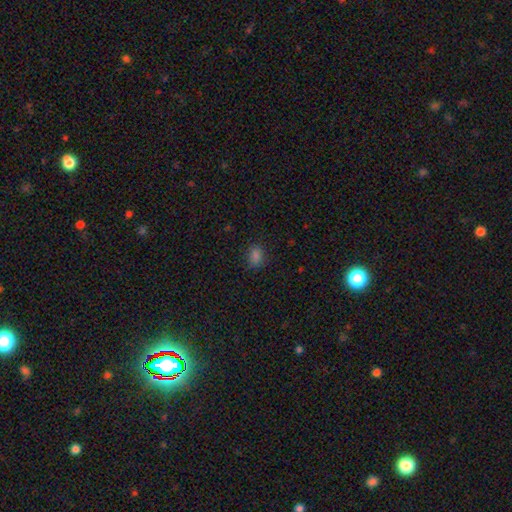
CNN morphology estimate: The model was most divided on "how rounded": in between: 69%, round: 29%, cigar-shaped: 2%. More confident: merging — none (84%); smooth or featured — smooth (79%).